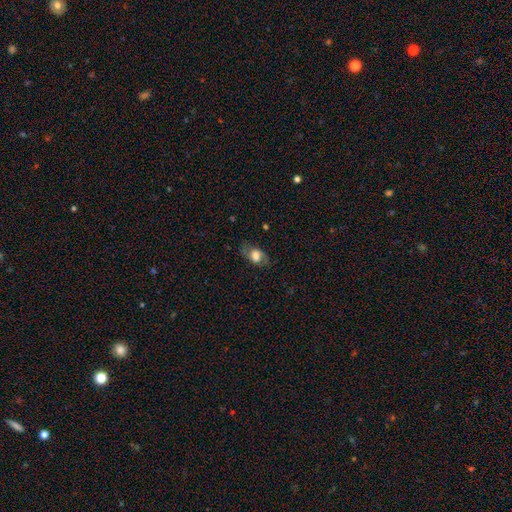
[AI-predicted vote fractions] smooth-or-featured: smooth: 58% | featured or disk: 34% | star or artifact: 9%
  how-rounded: in between: 84% | round: 13% | cigar-shaped: 3%
  merging: none: 68% | minor disturbance: 21% | major disturbance: 10% | merger: 1%